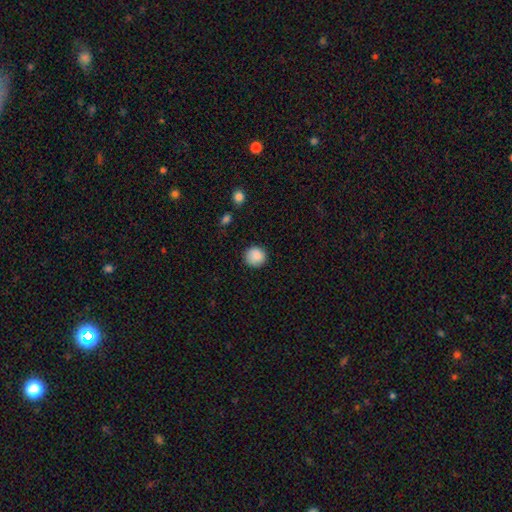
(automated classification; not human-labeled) A smooth galaxy with no disk features (88%) that is round (92%).

Vote fractions:
- Smooth or featured? smooth: 88% / star or artifact: 8% / featured or disk: 4%
- How rounded? round: 92% / in between: 7% / cigar-shaped: 1%
- Merging? none: 87% / minor disturbance: 9% / major disturbance: 2% / merger: 1%